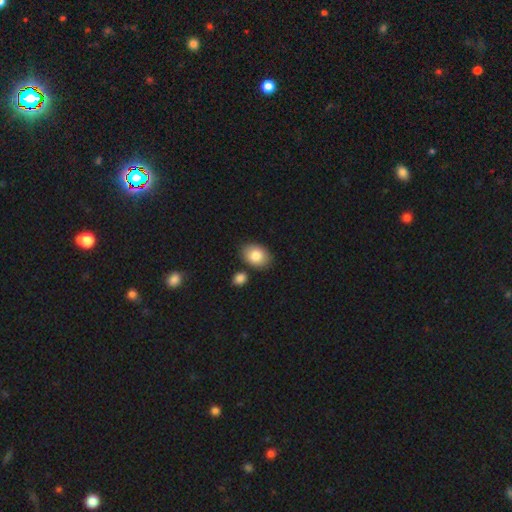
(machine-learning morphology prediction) Q: Smooth or featured?
A: smooth (85%); runner-up: featured or disk (8%)
Q: How rounded?
A: in between (82%); runner-up: round (17%)
Q: Merging?
A: none (81%); runner-up: minor disturbance (11%)